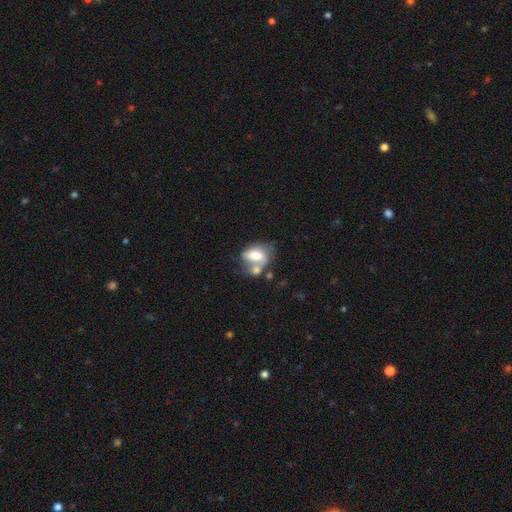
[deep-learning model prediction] smooth-or-featured: smooth: 60% | featured or disk: 32% | star or artifact: 8%
  how-rounded: in between: 85% | round: 13% | cigar-shaped: 3%
  merging: merger: 45% | none: 21% | minor disturbance: 17% | major disturbance: 17%